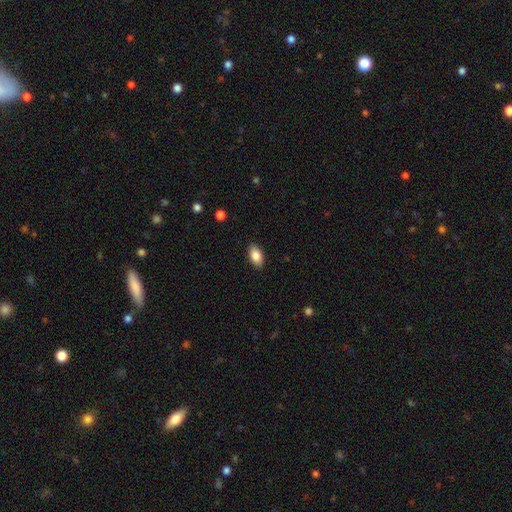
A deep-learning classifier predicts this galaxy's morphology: This appears to be a smooth galaxy with no disk features (86%) that is in between round and cigar-shaped (93%). Merging: none (88%).